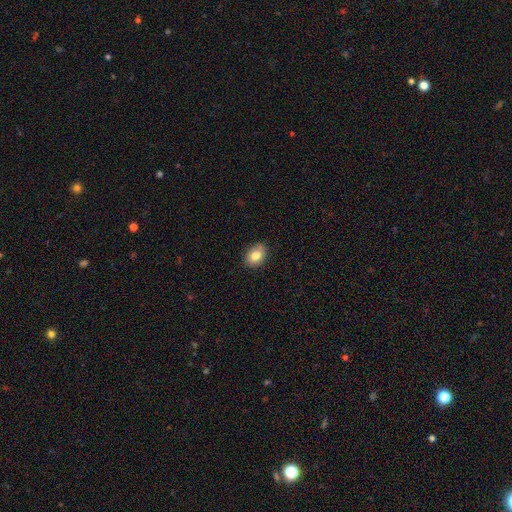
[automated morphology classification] smooth_or_featured: smooth (p=0.83) [alt: featured or disk p=0.09]
how_rounded: in between (p=0.71) [alt: round p=0.28]
merging: none (p=0.86) [alt: minor disturbance p=0.11]